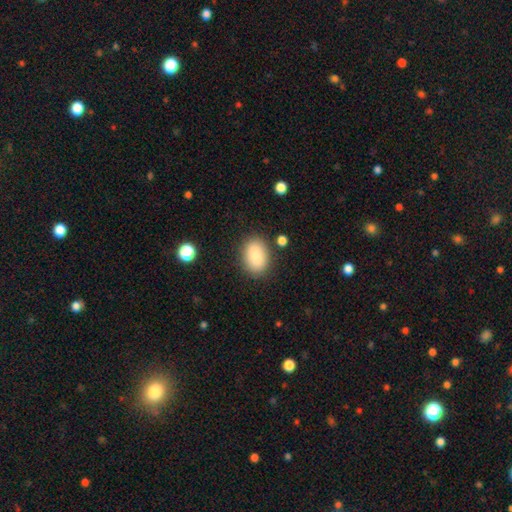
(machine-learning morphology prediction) Smooth or featured: smooth — 85% (star or artifact — 7%)
How rounded: in between — 84% (round — 15%)
Merging: none — 83% (minor disturbance — 12%)